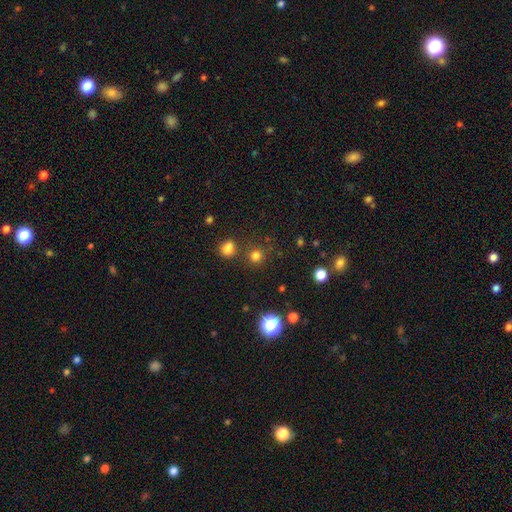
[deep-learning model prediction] This appears to be a smooth galaxy with no disk features (75%) that is round (90%). Merging: none (79%).